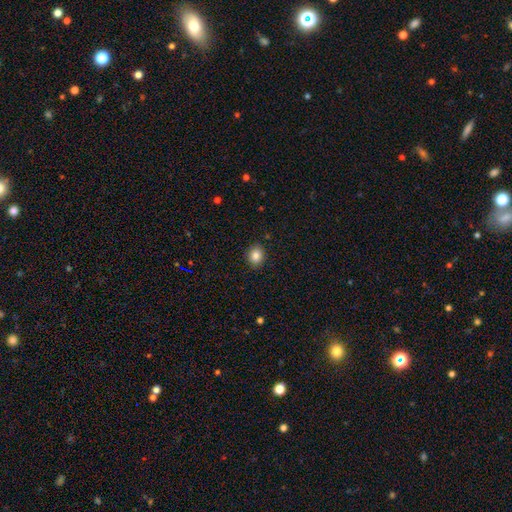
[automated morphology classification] type=smooth (85%); roundness=round (64%); merging=none (90%).